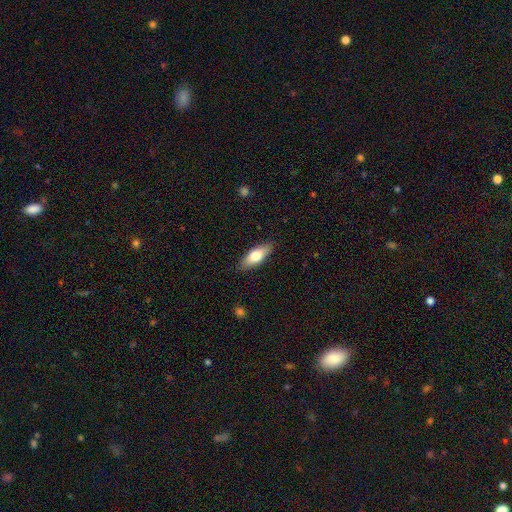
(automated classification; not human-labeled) Morphology: type=smooth (71%); roundness=in between (70%); merging=none (86%).